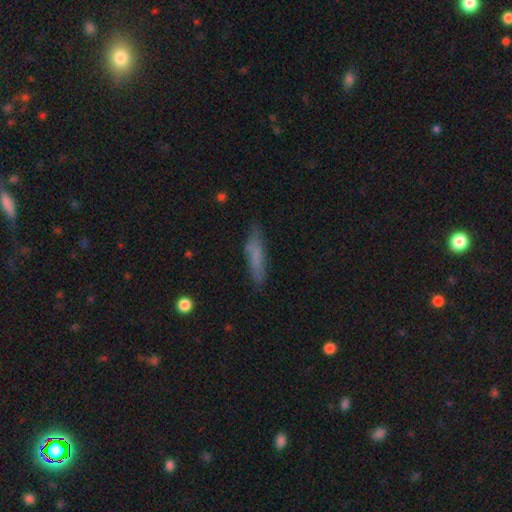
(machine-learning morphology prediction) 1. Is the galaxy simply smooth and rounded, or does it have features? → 69% smooth, 23% featured or disk, 8% star or artifact.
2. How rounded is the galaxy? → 80% cigar-shaped, 18% in between, 2% round.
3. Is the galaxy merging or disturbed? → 77% none, 17% minor disturbance, 4% major disturbance, 2% merger.